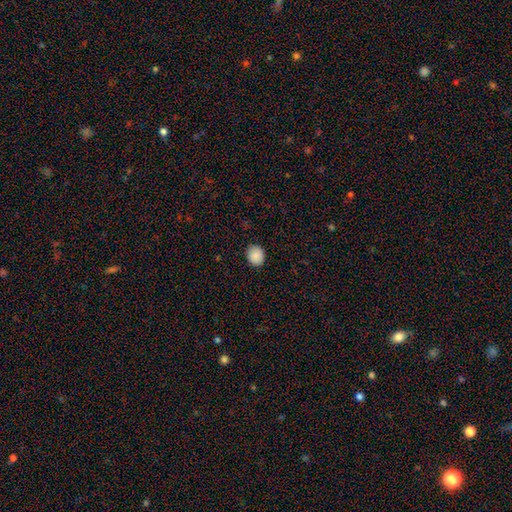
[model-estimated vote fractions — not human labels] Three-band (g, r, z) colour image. It shows a smooth galaxy with no disk features (89%) that is round (68%). Merging: none (89%).